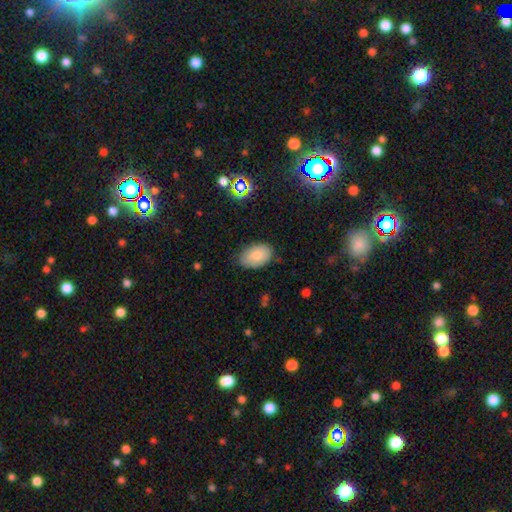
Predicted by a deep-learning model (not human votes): Smooth or featured? Predicted: smooth (p=0.81). How rounded? Predicted: in between (p=0.90). Merging? Predicted: none (p=0.82).